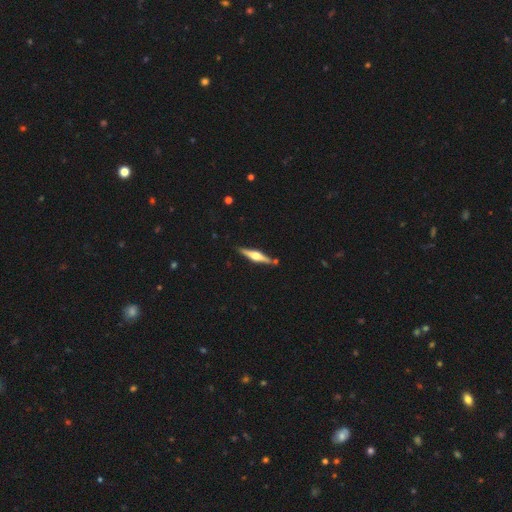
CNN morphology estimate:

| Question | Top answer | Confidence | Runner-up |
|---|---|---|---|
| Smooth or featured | featured or disk | 75% | smooth (20%) |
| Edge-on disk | yes | 98% | no (2%) |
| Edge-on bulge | rounded | 92% | boxy (6%) |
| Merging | none | 85% | minor disturbance (9%) |